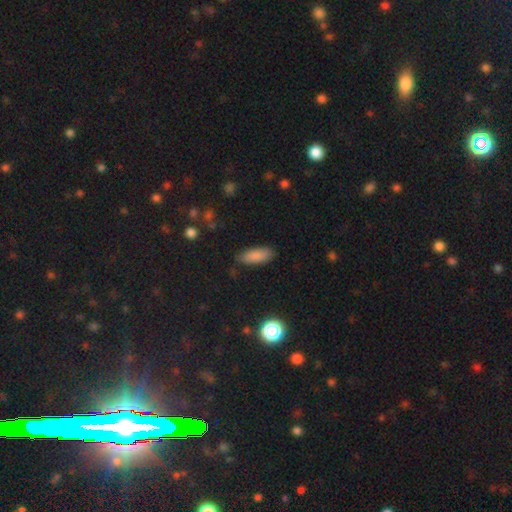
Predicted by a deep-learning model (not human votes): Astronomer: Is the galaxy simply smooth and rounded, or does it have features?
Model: smooth — 85%.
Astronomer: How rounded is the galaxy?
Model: in between — 73%.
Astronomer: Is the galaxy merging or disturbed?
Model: none — 82%.